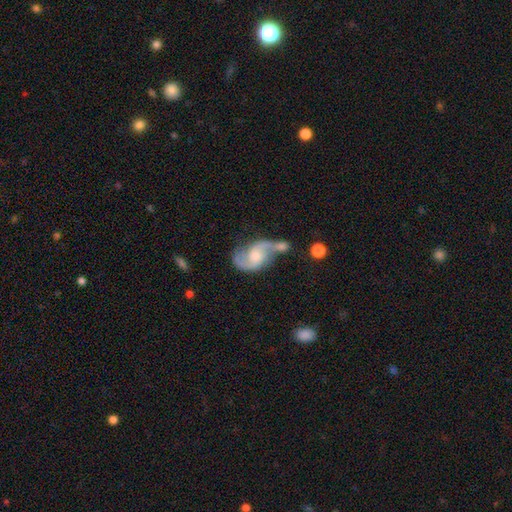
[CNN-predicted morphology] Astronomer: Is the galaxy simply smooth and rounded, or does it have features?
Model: featured or disk — 85%.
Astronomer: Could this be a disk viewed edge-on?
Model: no — 97%.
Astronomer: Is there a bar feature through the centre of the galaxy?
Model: no — 53% (runner-up: weak, 39%).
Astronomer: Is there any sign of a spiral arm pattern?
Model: yes — 96%.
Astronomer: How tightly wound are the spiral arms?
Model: loose — 51% (runner-up: medium, 40%).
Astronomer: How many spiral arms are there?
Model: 2 — 91%.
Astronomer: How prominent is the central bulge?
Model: moderate — 38% (runner-up: small, 34%).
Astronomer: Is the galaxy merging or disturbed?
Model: merger — 35%, tied with none at 35%.